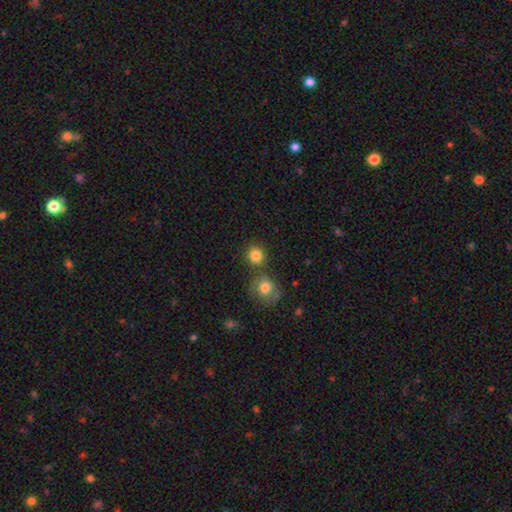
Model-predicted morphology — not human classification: A smooth galaxy with no disk features (84%) that is round (88%). Merging: none (69%).